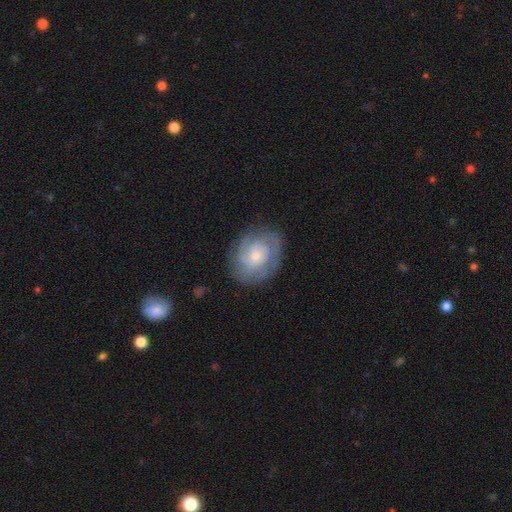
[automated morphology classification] smooth-or-featured: featured or disk: 66% | smooth: 27% | star or artifact: 7%
  disk-edge-on: no: 97% | yes: 3%
    bar: no: 77% | weak: 20% | strong: 3%
    has-spiral-arms: yes: 86% | no: 14%
      spiral-winding: tight: 58% | medium: 32% | loose: 10%
      spiral-arm-count: can't tell: 40% | 2: 23% | 3: 19% | 4: 8% | 1: 5% | more than 4: 5%
    bulge-size: small: 54% | moderate: 37% | large: 4% | none: 3% | dominant: 1%
  merging: none: 75% | minor disturbance: 17% | major disturbance: 7% | merger: 1%